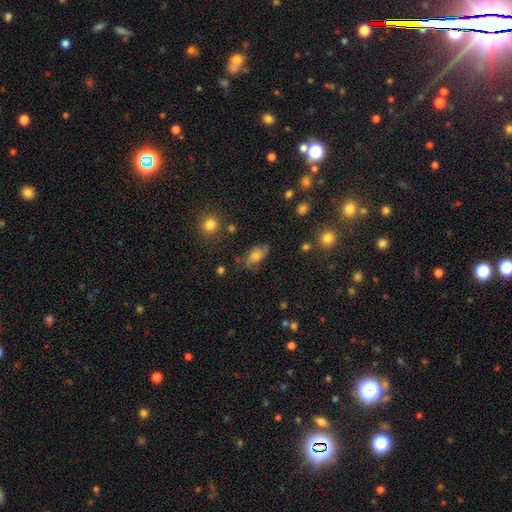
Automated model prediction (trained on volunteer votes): A smooth galaxy with no disk features (62%) that is in between round and cigar-shaped (87%). Merging: none (68%).